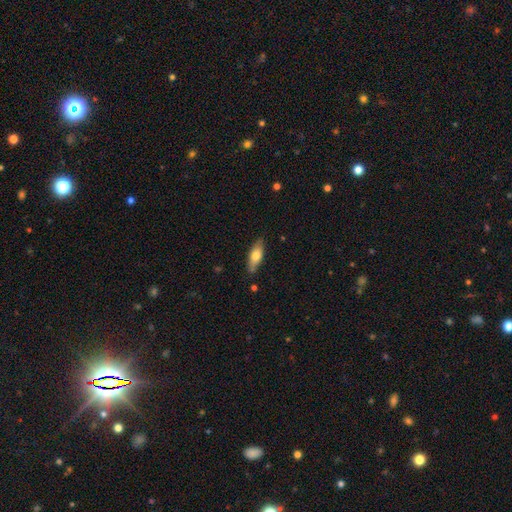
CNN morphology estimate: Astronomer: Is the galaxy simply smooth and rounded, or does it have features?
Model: smooth — 67%.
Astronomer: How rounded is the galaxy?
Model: in between — 68%.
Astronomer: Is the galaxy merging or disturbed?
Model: none — 81%.